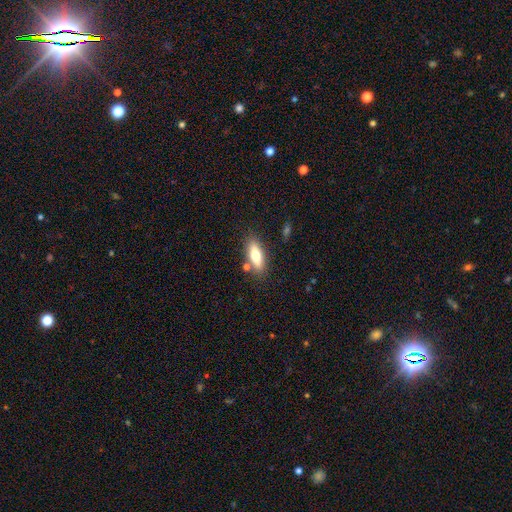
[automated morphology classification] This appears to be a smooth galaxy with no disk features (67%) that is in between round and cigar-shaped (66%). Merging: none (79%).